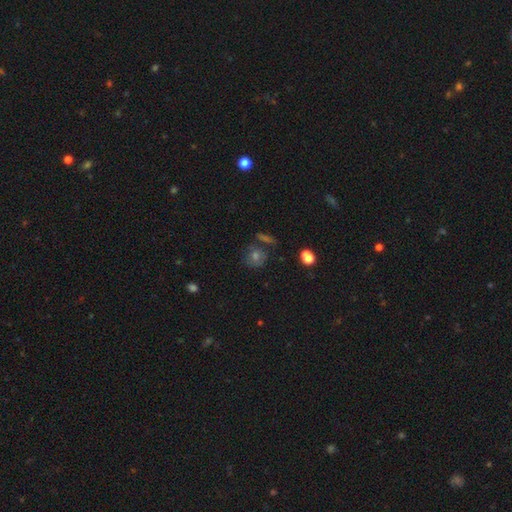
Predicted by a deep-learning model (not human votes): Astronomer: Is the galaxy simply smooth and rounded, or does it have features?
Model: smooth — 51% (runner-up: star or artifact, 26%).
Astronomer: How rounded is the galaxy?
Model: round — 83%.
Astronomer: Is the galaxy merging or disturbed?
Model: none — 71%.